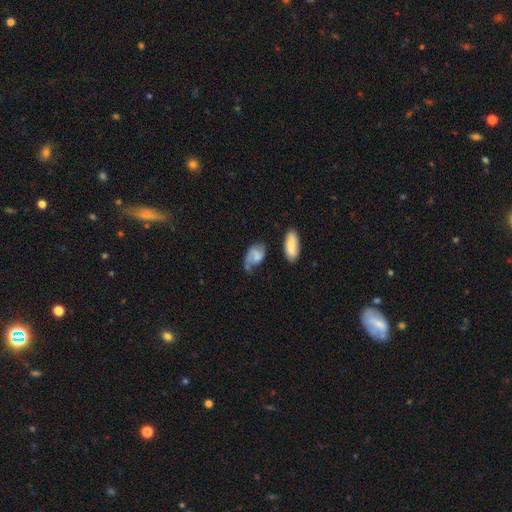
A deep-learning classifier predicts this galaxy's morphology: smooth_or_featured: featured or disk (p=0.48) [alt: smooth p=0.44]
merging: none (p=0.39) [alt: minor disturbance p=0.30]